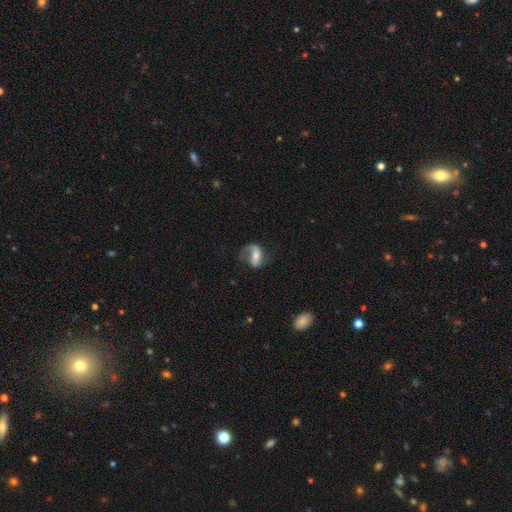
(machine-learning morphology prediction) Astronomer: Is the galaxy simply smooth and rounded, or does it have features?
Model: featured or disk — 55% (runner-up: smooth, 37%).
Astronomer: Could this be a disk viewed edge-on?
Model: no — 92%.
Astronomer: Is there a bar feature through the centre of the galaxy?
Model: strong — 40% (runner-up: weak, 31%).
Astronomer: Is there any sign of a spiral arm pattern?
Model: yes — 78%.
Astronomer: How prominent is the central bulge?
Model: moderate — 47% (runner-up: small, 37%).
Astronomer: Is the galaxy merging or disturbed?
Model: none — 47% (runner-up: major disturbance, 28%).